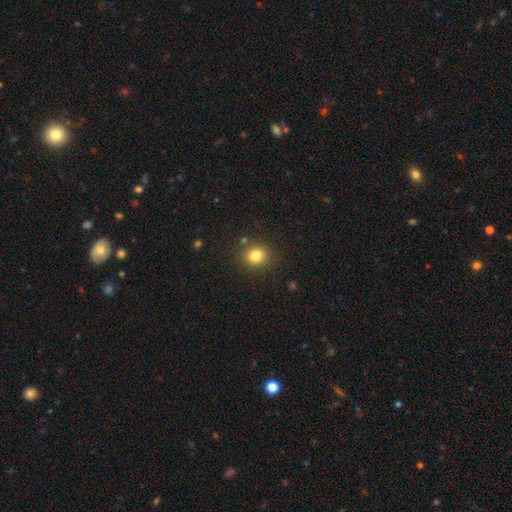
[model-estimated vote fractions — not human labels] A smooth galaxy with no disk features (80%) that is round (84%).

Vote fractions:
- Smooth or featured? smooth: 80% / star or artifact: 13% / featured or disk: 7%
- How rounded? round: 84% / in between: 15% / cigar-shaped: 1%
- Merging? none: 84% / minor disturbance: 9% / merger: 4% / major disturbance: 3%